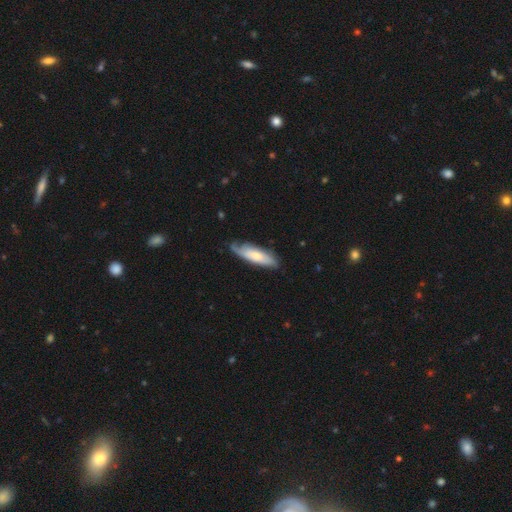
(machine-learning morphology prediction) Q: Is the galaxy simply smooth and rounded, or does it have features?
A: smooth — 58%.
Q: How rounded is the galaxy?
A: cigar-shaped — 50%.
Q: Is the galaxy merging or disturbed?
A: none — 65%.